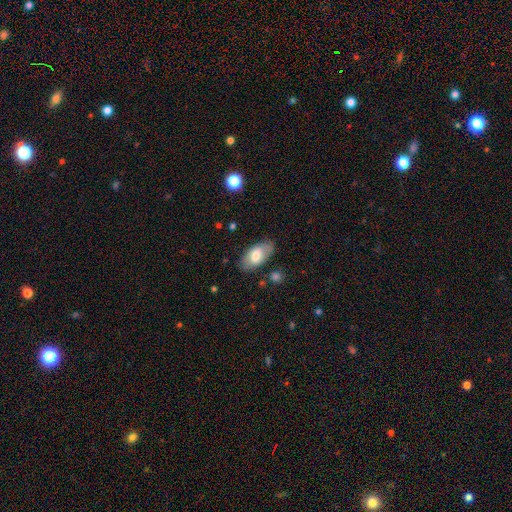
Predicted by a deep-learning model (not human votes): A smooth galaxy with no disk features (71%) that is in between round and cigar-shaped (93%). Merging: none (80%).